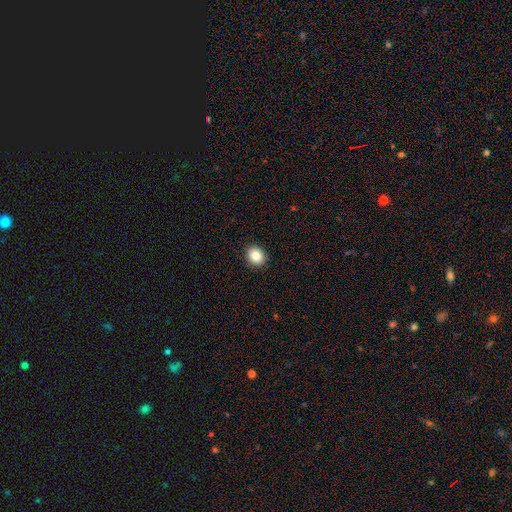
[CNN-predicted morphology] type=smooth (86%); roundness=round (70%); merging=none (92%).